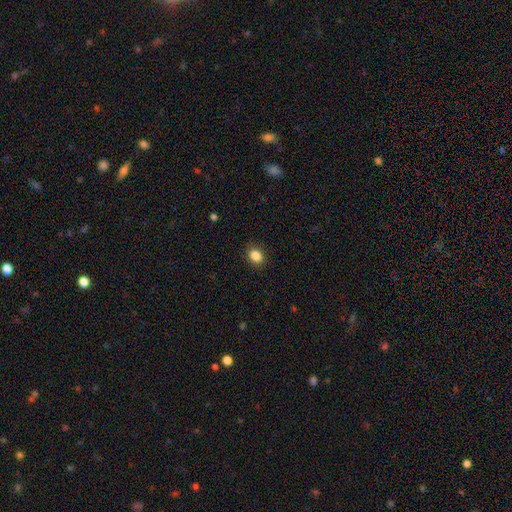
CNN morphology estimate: Smooth or featured: smooth — 86% (star or artifact — 10%)
How rounded: round — 52% (in between — 48%)
Merging: none — 89% (minor disturbance — 8%)